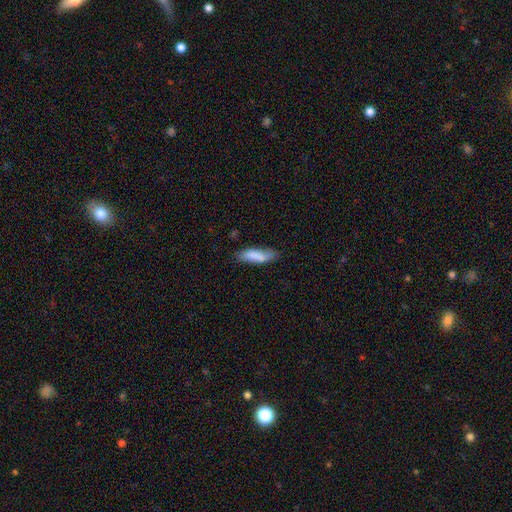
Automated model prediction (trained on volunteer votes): A smooth galaxy with no disk features (80%) that is cigar-shaped (52%).

Vote fractions:
- Smooth or featured? smooth: 80% / featured or disk: 13% / star or artifact: 6%
- How rounded? cigar-shaped: 52% / in between: 46% / round: 2%
- Merging? none: 64% / minor disturbance: 26% / major disturbance: 6% / merger: 4%